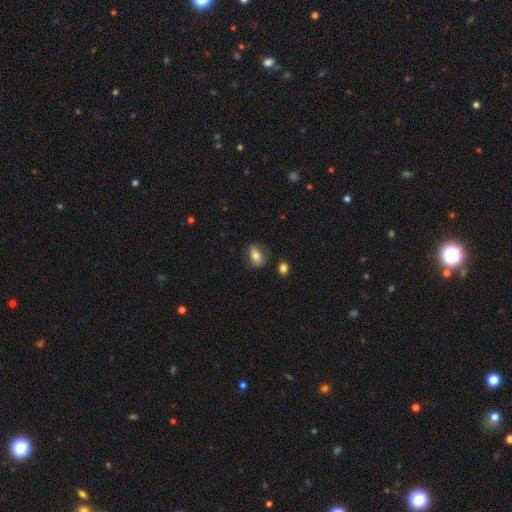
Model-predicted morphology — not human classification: smooth 70%, featured or disk 21%, star or artifact 9%. Down the decision tree: how rounded — in between (77%); merging — none (73%).